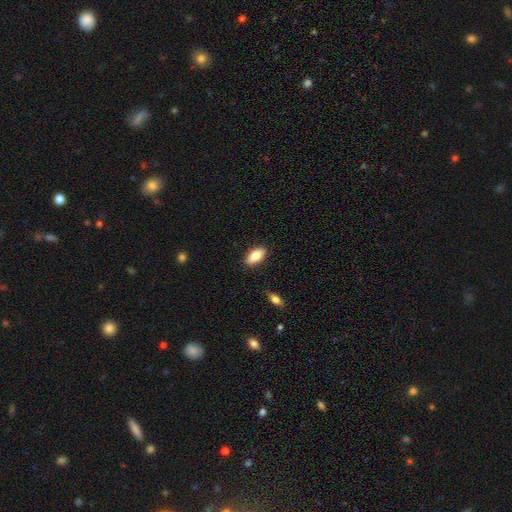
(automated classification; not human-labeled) This appears to be a smooth galaxy with no disk features (77%) that is in between round and cigar-shaped (89%). Merging: none (88%).